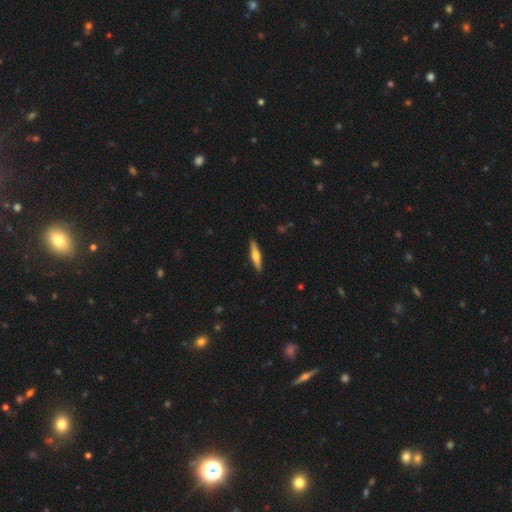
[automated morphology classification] featured or disk 55%, smooth 40%, star or artifact 5%. Down the decision tree: edge-on disk — yes (96%); edge-on bulge — rounded (88%); merging — none (90%).